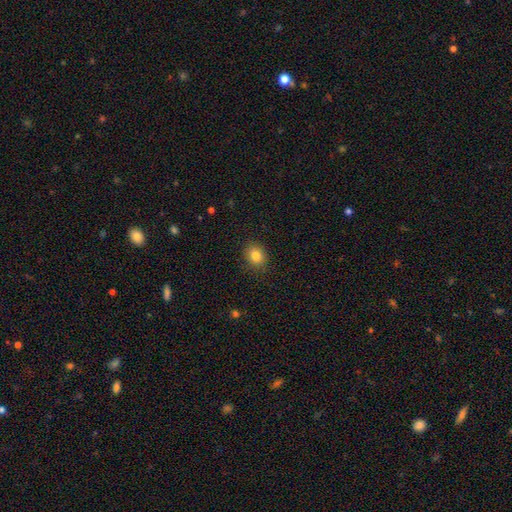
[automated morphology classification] smooth_or_featured: smooth (p=0.83) [alt: star or artifact p=0.11]
how_rounded: round (p=0.62) [alt: in between p=0.37]
merging: none (p=0.89) [alt: minor disturbance p=0.08]